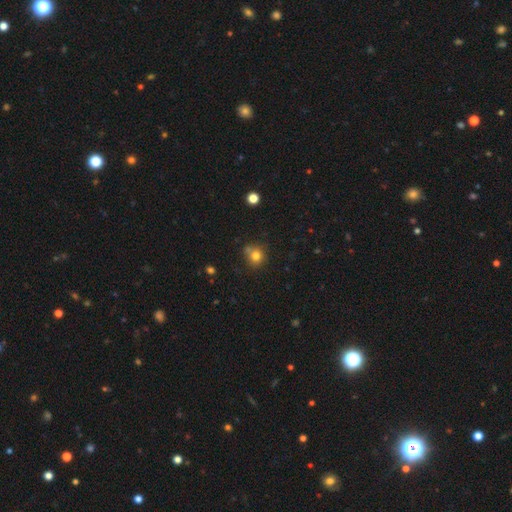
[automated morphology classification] smooth 79%, star or artifact 13%, featured or disk 8%. Down the decision tree: how rounded — round (82%); merging — none (64%).